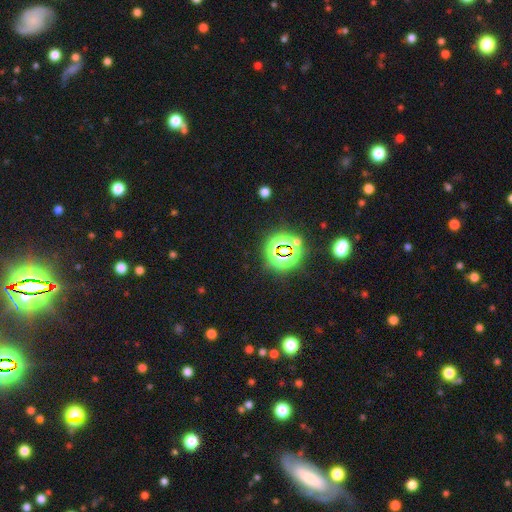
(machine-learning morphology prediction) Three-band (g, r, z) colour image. It shows a star or artifact, not a galaxy (77%).